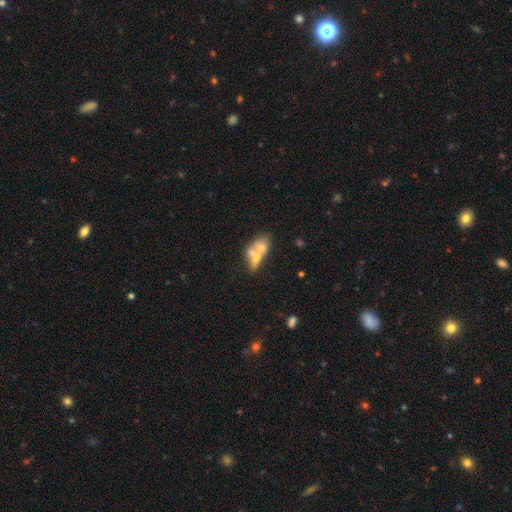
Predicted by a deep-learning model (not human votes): Smooth or featured? Predicted: smooth (p=0.52). How rounded? Predicted: in between (p=0.68). Merging? Predicted: merger (p=0.65).